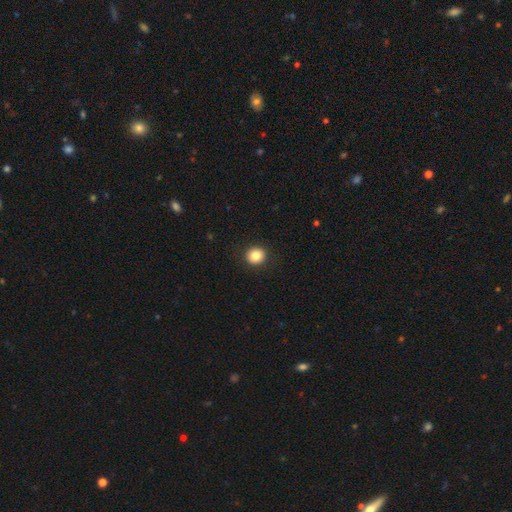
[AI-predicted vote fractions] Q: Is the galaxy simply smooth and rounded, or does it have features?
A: smooth — 85%.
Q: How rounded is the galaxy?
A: round — 88%.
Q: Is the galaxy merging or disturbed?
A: none — 92%.